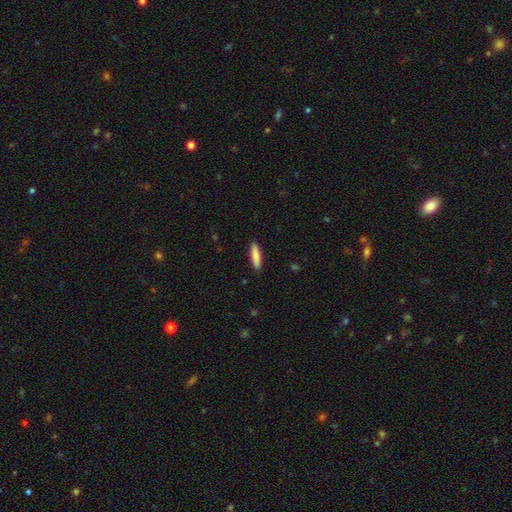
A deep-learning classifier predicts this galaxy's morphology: A smooth galaxy with no disk features (86%) that is cigar-shaped (77%). Merging: none (90%).